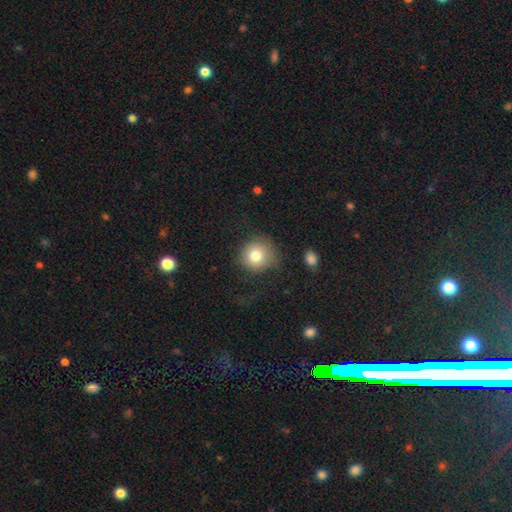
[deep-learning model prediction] Smooth or featured: smooth — 80% (featured or disk — 10%)
How rounded: round — 89% (in between — 10%)
Merging: none — 69% (minor disturbance — 18%)